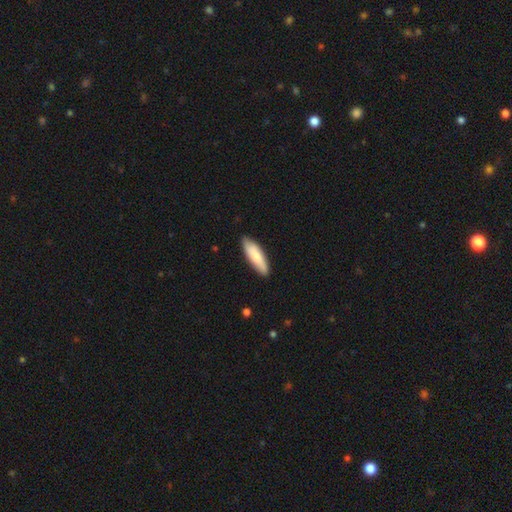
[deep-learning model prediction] Q: Smooth or featured?
A: smooth (78%); runner-up: featured or disk (17%)
Q: How rounded?
A: cigar-shaped (54%); runner-up: in between (44%)
Q: Merging?
A: none (85%); runner-up: minor disturbance (12%)